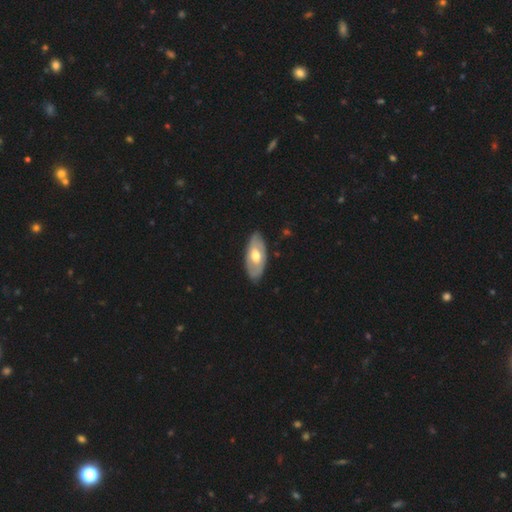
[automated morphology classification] A featured or disk galaxy (53%). Merging: none (85%).